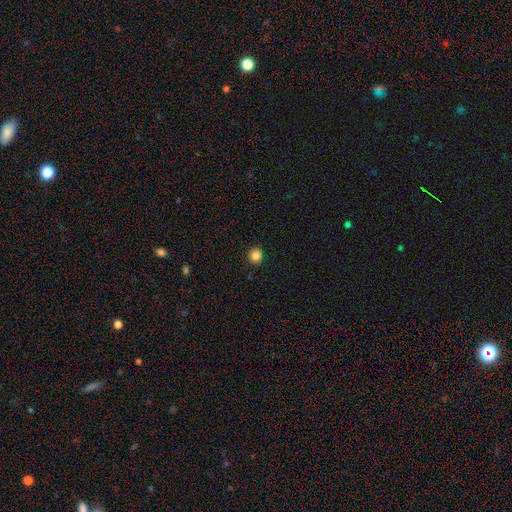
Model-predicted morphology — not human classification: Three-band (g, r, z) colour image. It shows a smooth galaxy with no disk features (85%) that is round (93%). Merging: none (91%).